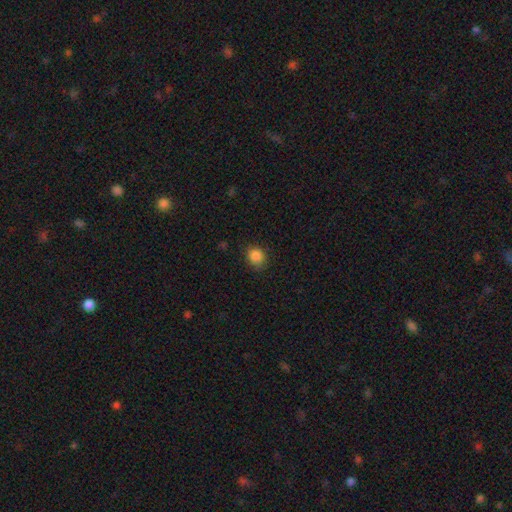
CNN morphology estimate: Overall: smooth (86%). How rounded: round (76%). Merging: none (82%).